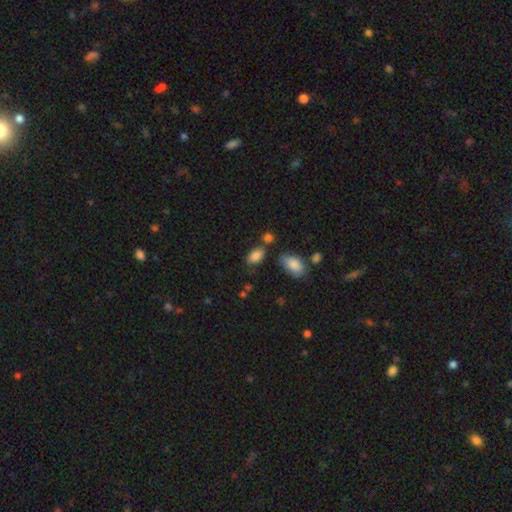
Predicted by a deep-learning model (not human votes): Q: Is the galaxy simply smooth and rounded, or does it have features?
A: smooth — 86%.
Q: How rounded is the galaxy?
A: in between — 91%.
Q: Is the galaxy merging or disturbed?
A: none — 65%.